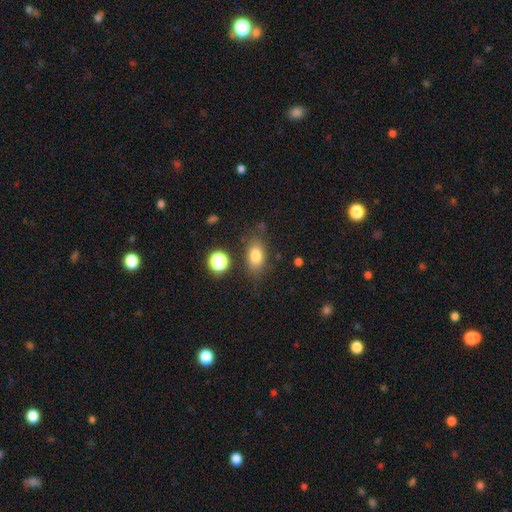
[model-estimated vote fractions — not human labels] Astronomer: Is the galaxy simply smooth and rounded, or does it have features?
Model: smooth — 80%.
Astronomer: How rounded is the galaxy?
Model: in between — 83%.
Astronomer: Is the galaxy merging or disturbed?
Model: none — 77%.